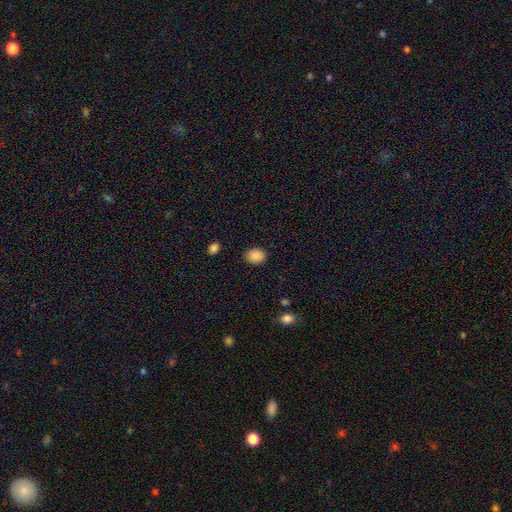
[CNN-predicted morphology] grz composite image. It shows a smooth galaxy with no disk features (88%) that is in between round and cigar-shaped (52%). Merging: none (86%).